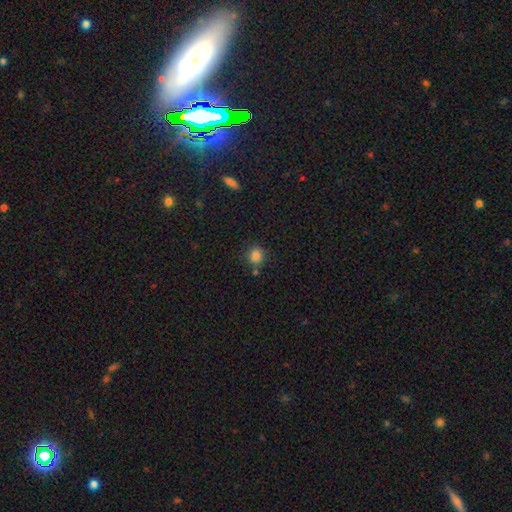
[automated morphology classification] Smooth or featured?
  - smooth: 83% *
  - star or artifact: 12%
  - featured or disk: 5%
How rounded?
  - round: 87% *
  - in between: 12%
  - cigar-shaped: 1%
Merging?
  - none: 78% *
  - minor disturbance: 11%
  - merger: 8%
  - major disturbance: 3%